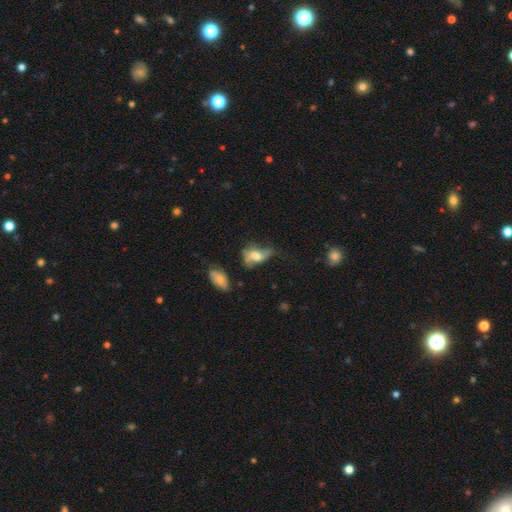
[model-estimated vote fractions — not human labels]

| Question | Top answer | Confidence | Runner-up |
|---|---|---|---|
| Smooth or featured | smooth | 53% | featured or disk (36%) |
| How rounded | in between | 81% | round (15%) |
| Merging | major disturbance | 38% | minor disturbance (28%) |